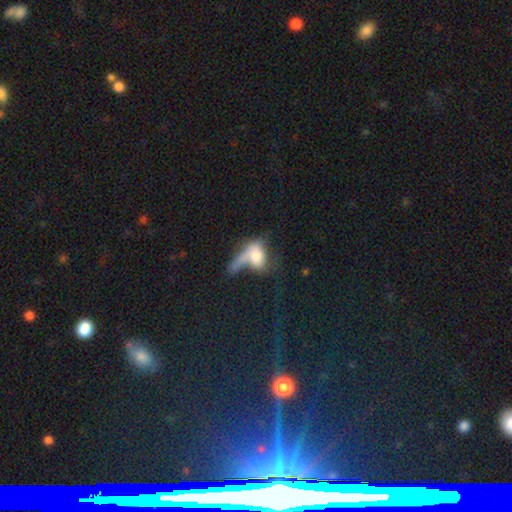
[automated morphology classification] This is likely a smooth galaxy (62%). How rounded: likely in between (73%). Merging: marginally major disturbance (36%).